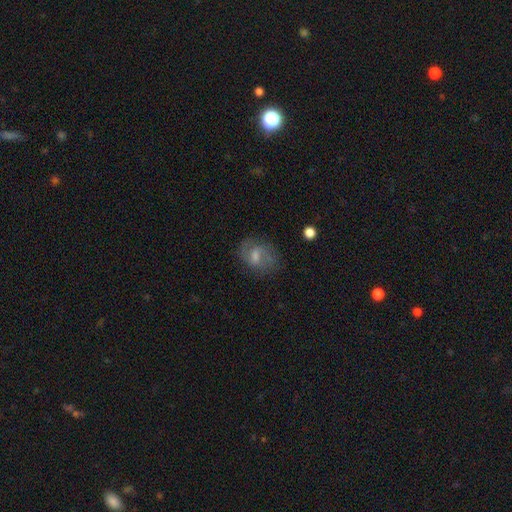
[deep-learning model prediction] Q: Smooth or featured?
A: featured or disk (51%); runner-up: smooth (36%)
Q: Edge-on disk?
A: no (96%); runner-up: yes (4%)
Q: Merging?
A: none (69%); runner-up: minor disturbance (20%)